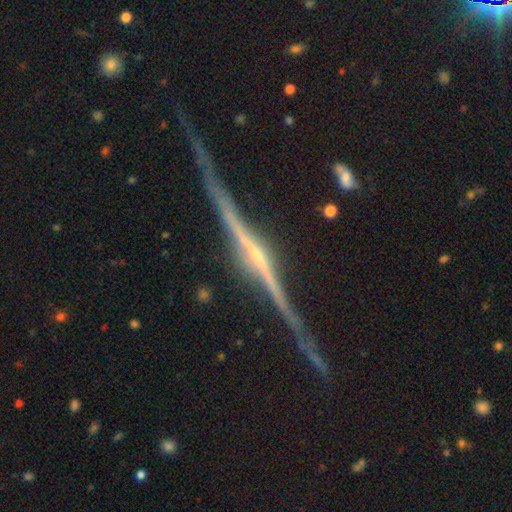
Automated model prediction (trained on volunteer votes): Smooth or featured? Predicted: featured or disk (p=0.90). Edge-on disk? Predicted: yes (p=0.98). Edge-on bulge? Predicted: rounded (p=0.62). Merging? Predicted: none (p=0.81).